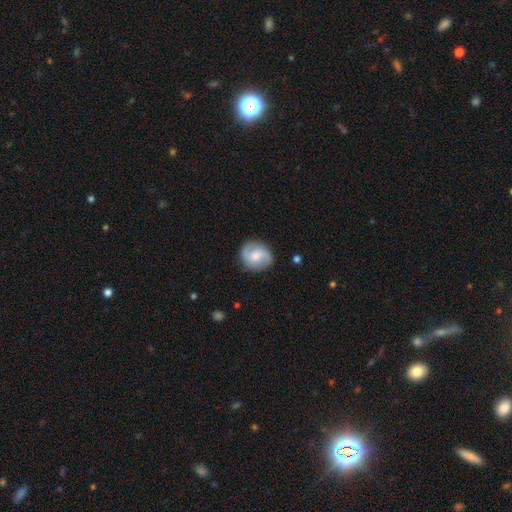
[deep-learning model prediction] Q: Smooth or featured?
A: featured or disk (64%); runner-up: smooth (29%)
Q: Edge-on disk?
A: no (97%); runner-up: yes (3%)
Q: Bar?
A: weak (47%); runner-up: no (43%)
Q: Spiral arms?
A: yes (92%); runner-up: no (8%)
Q: Spiral winding?
A: medium (46%); runner-up: loose (34%)
Q: Spiral arm count?
A: 2 (84%); runner-up: can't tell (7%)
Q: Bulge size?
A: moderate (54%); runner-up: small (32%)
Q: Merging?
A: none (82%); runner-up: minor disturbance (13%)